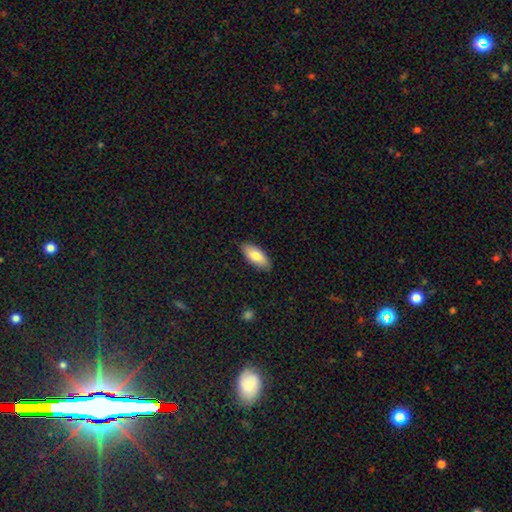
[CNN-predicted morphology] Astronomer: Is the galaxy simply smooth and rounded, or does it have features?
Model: smooth — 80%.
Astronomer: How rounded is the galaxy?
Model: in between — 82%.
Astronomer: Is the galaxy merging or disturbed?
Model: none — 87%.